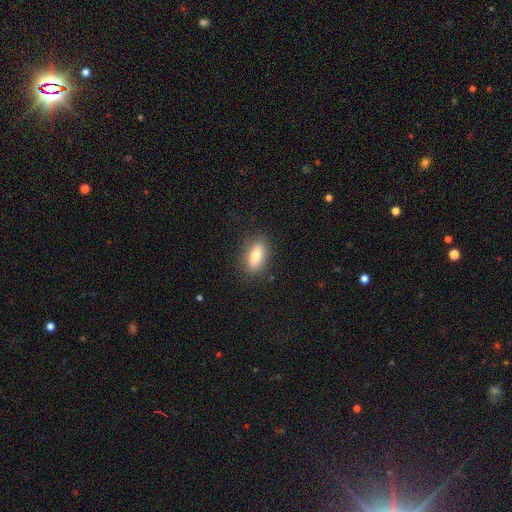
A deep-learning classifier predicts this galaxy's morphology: smooth-or-featured: smooth: 75% | featured or disk: 17% | star or artifact: 7%
  how-rounded: in between: 74% | cigar-shaped: 21% | round: 5%
  merging: none: 86% | minor disturbance: 10% | major disturbance: 3% | merger: 1%